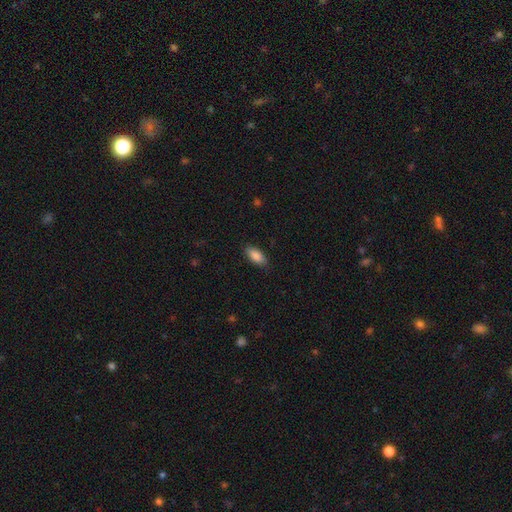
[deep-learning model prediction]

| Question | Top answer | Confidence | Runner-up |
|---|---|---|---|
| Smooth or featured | smooth | 87% | featured or disk (7%) |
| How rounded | in between | 87% | cigar-shaped (11%) |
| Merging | none | 85% | minor disturbance (11%) |